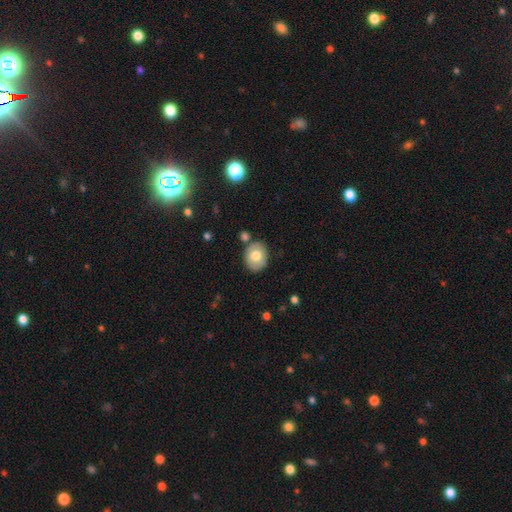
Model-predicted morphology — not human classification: This is likely a smooth galaxy (71%). How rounded: possibly round (52%). Merging: likely none (80%).